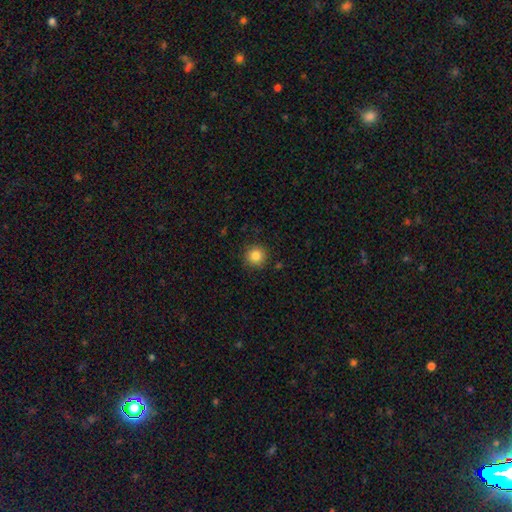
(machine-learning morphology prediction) This appears to be a smooth galaxy with no disk features (85%) that is round (95%). Merging: none (89%).